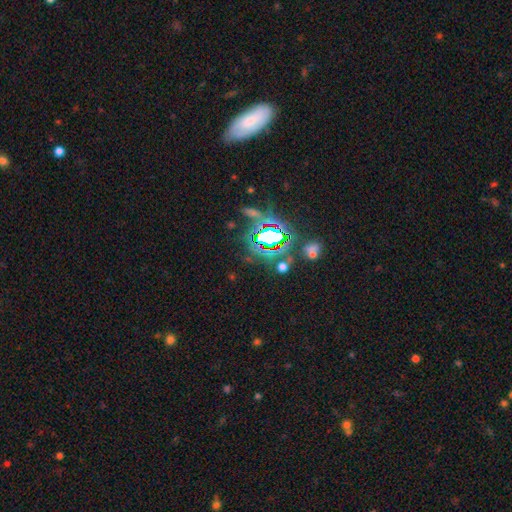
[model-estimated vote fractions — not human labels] Smooth or featured? Predicted: star or artifact (p=0.74).